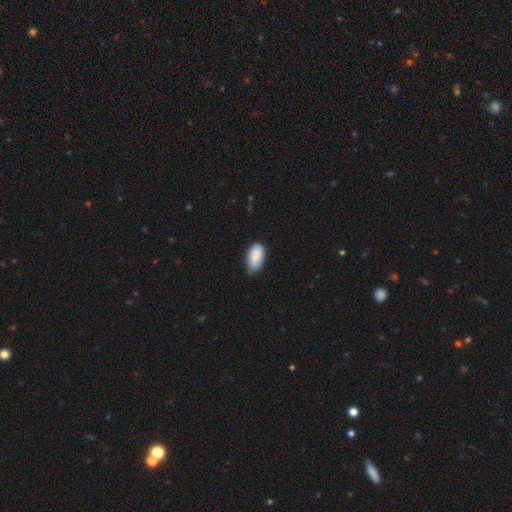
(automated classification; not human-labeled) This appears to be a smooth galaxy with no disk features (86%) that is in between round and cigar-shaped (94%). Merging: none (64%).